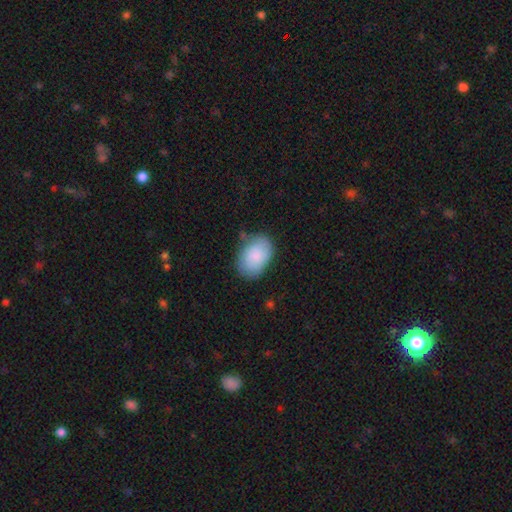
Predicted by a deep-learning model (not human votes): This appears to be a smooth galaxy with no disk features (84%) that is in between round and cigar-shaped (85%). Merging: none (70%).